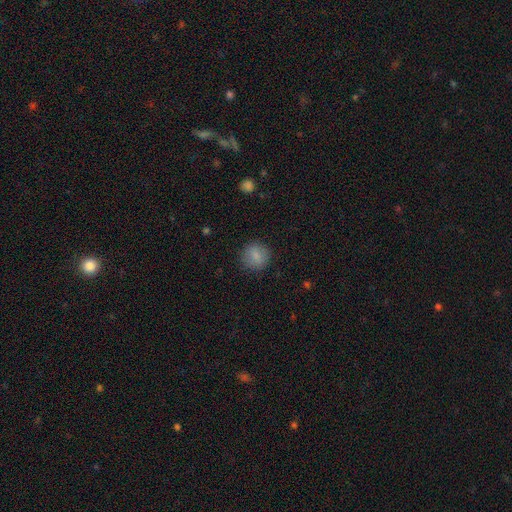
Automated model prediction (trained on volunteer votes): Smooth or featured?
  - smooth: 85% *
  - star or artifact: 9%
  - featured or disk: 6%
How rounded?
  - round: 90% *
  - in between: 9%
  - cigar-shaped: 1%
Merging?
  - none: 88% *
  - minor disturbance: 8%
  - major disturbance: 3%
  - merger: 1%